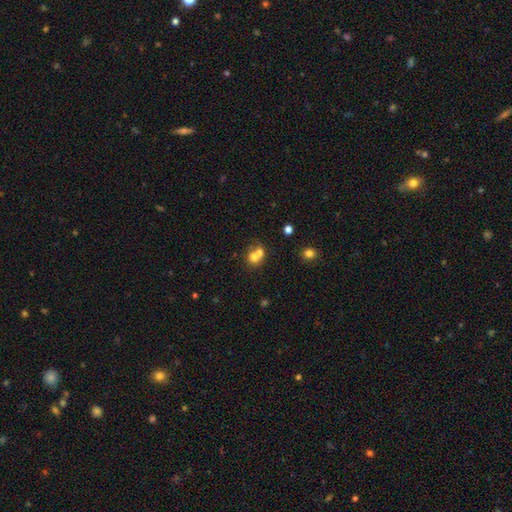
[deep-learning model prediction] Smooth or featured?
  - smooth: 69% *
  - featured or disk: 18%
  - star or artifact: 13%
How rounded?
  - round: 72% *
  - in between: 27%
  - cigar-shaped: 1%
Merging?
  - merger: 61% *
  - none: 29%
  - minor disturbance: 6%
  - major disturbance: 4%